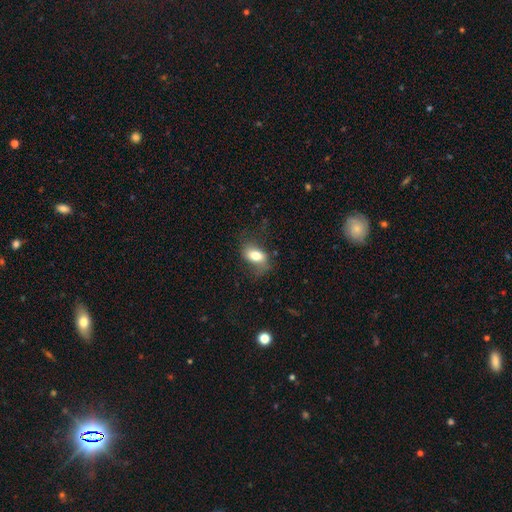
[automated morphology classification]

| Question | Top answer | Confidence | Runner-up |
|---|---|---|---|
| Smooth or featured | smooth | 73% | featured or disk (18%) |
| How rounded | in between | 87% | round (11%) |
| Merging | none | 60% | minor disturbance (24%) |